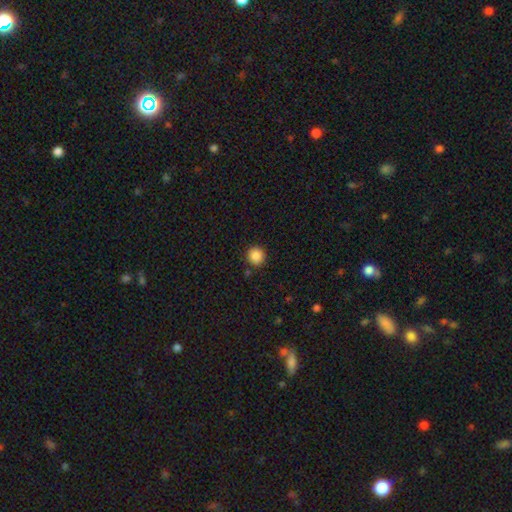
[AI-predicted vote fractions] Smooth or featured: smooth — 87% (star or artifact — 10%)
How rounded: round — 92% (in between — 7%)
Merging: none — 89% (minor disturbance — 7%)